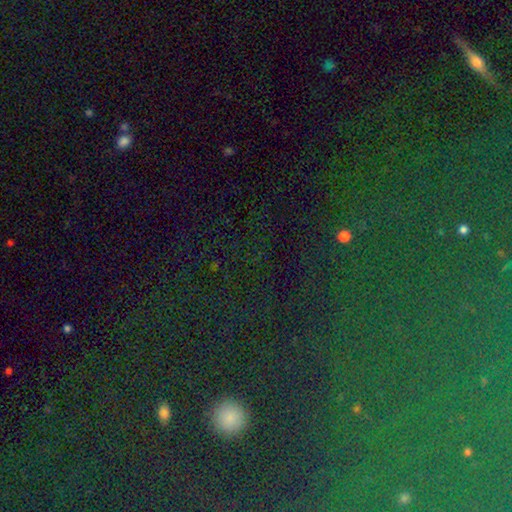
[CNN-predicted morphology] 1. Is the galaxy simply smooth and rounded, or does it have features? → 74% star or artifact, 16% smooth, 10% featured or disk.